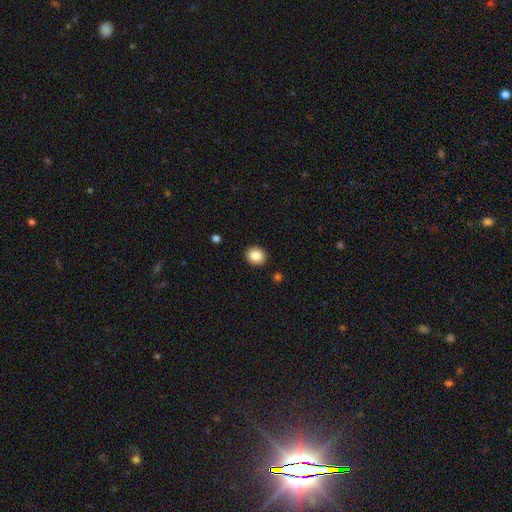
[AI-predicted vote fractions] Smooth or featured?
  - smooth: 86% *
  - star or artifact: 9%
  - featured or disk: 5%
How rounded?
  - round: 66% *
  - in between: 33%
  - cigar-shaped: 1%
Merging?
  - none: 91% *
  - minor disturbance: 6%
  - major disturbance: 2%
  - merger: 1%